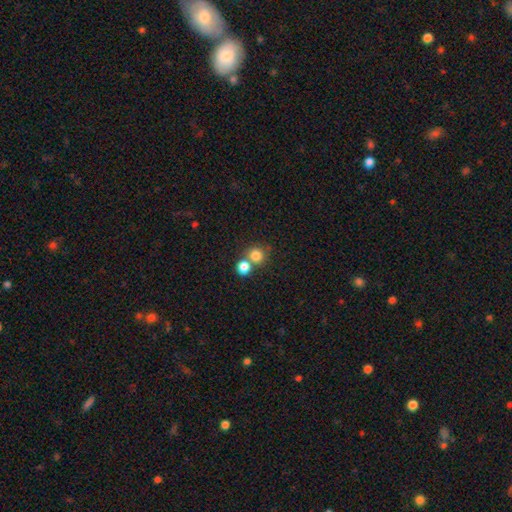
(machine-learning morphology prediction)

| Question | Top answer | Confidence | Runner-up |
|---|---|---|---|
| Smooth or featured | smooth | 80% | star or artifact (12%) |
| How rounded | round | 90% | in between (9%) |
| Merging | none | 56% | merger (35%) |